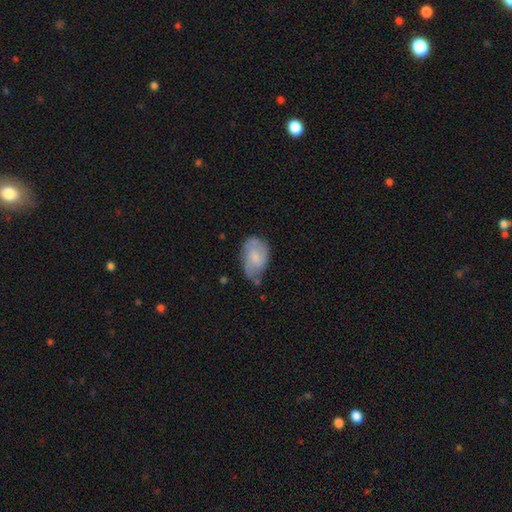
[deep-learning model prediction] Smooth or featured? smooth (57%)
How rounded? in between (89%)
Merging? none (46%)